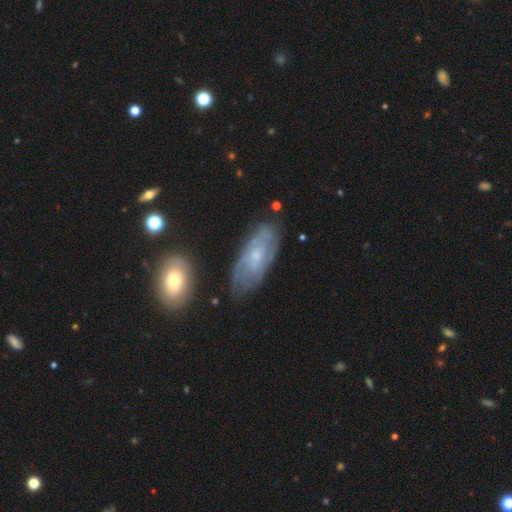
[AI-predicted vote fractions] Smooth or featured? featured or disk (66%)
Edge-on disk? no (90%)
Bar? no (73%)
Spiral arms? yes (75%)
Bulge size? small (70%)
Merging? none (70%)